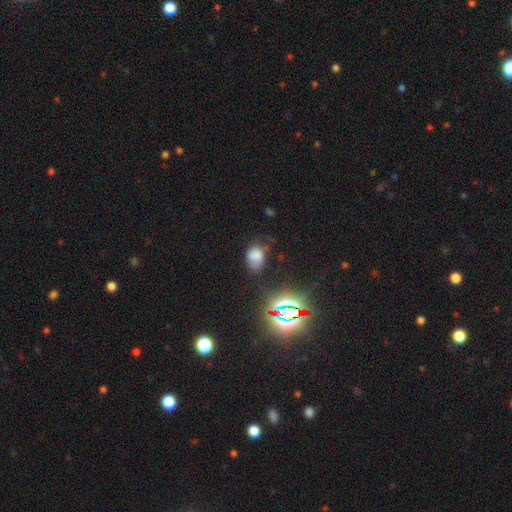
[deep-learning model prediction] This is likely a smooth galaxy (69%). How rounded: likely in between (73%). Merging: possibly none (49%).